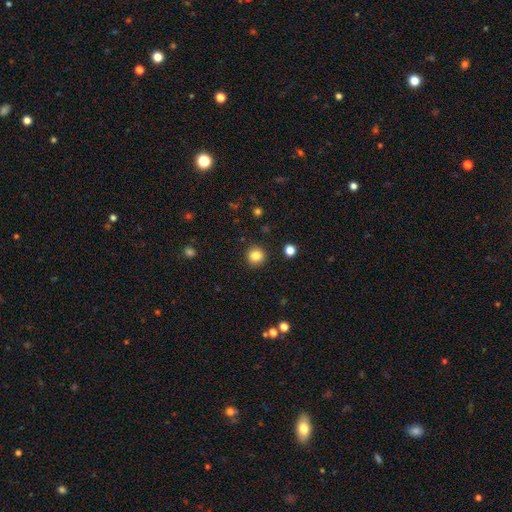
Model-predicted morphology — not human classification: Smooth or featured: smooth — 84% (star or artifact — 11%)
How rounded: round — 92% (in between — 7%)
Merging: none — 90% (minor disturbance — 6%)